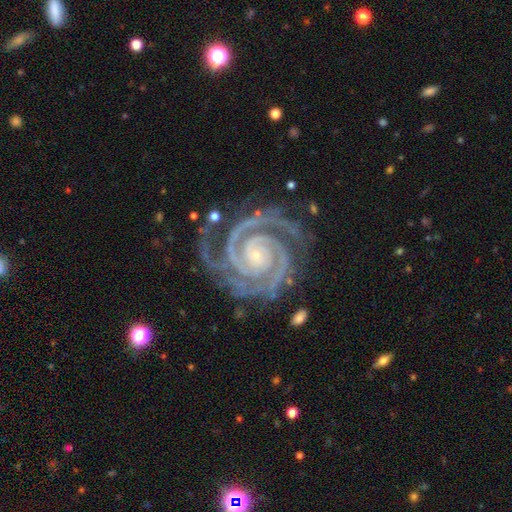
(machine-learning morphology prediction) type=featured or disk (95%); edge-on=no (98%); bar=no (69%); spiral arms=yes (99%); winding=tight (84%); arm count=2 (53%); bulge=small (87%); merging=none (78%).